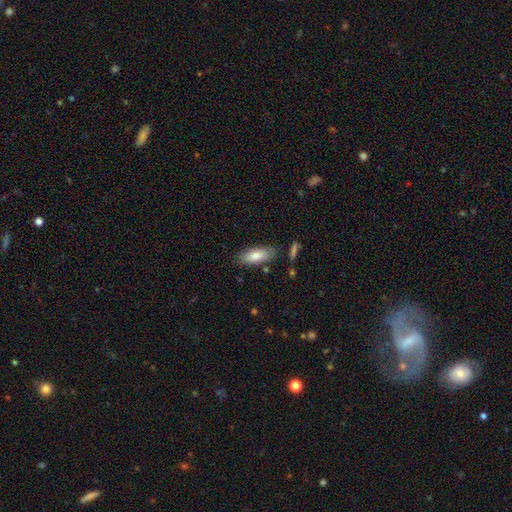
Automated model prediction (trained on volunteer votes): Smooth or featured?
  - smooth: 80% *
  - featured or disk: 14%
  - star or artifact: 6%
How rounded?
  - in between: 76% *
  - cigar-shaped: 22%
  - round: 2%
Merging?
  - none: 82% *
  - minor disturbance: 12%
  - merger: 3%
  - major disturbance: 3%